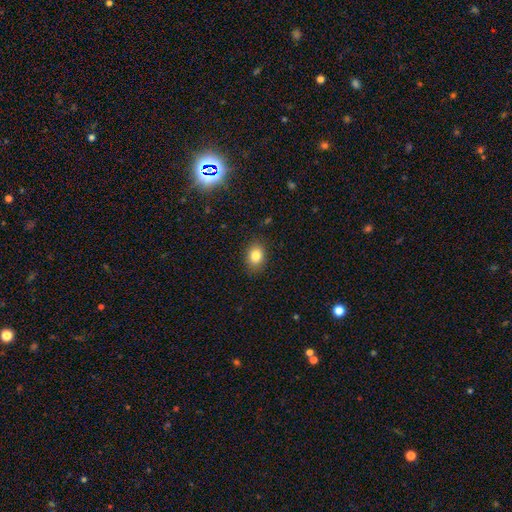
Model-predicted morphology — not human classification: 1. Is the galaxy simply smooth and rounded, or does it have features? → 82% smooth, 10% star or artifact, 7% featured or disk.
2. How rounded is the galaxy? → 62% in between, 37% round, 1% cigar-shaped.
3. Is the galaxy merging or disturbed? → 87% none, 10% minor disturbance, 3% major disturbance, 1% merger.